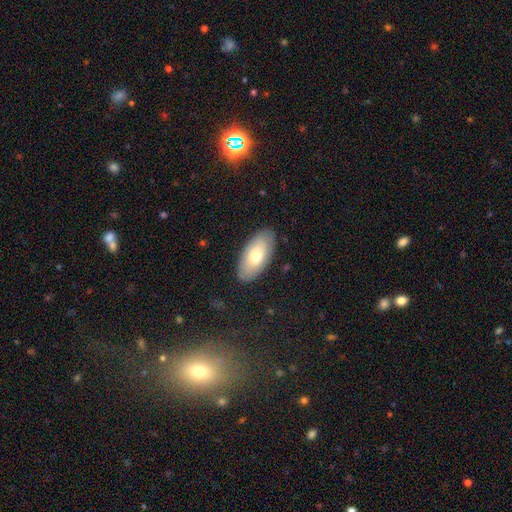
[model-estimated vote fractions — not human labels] This is likely a smooth galaxy (71%). How rounded: clearly in between (93%). Merging: clearly none (87%).